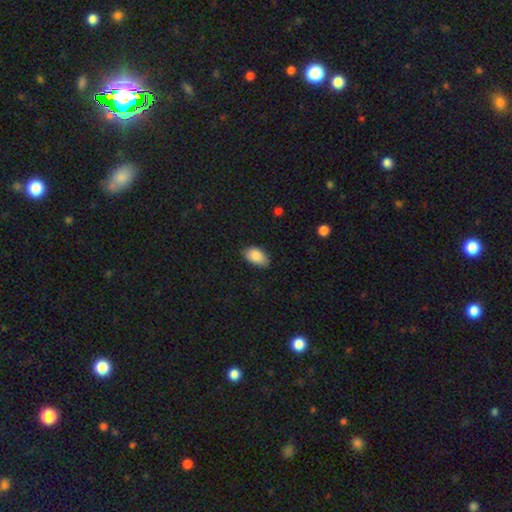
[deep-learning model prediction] The model was most divided on "merging": none: 78%, minor disturbance: 18%, major disturbance: 3%, merger: 1%. More confident: how rounded — in between (92%); smooth or featured — smooth (88%).